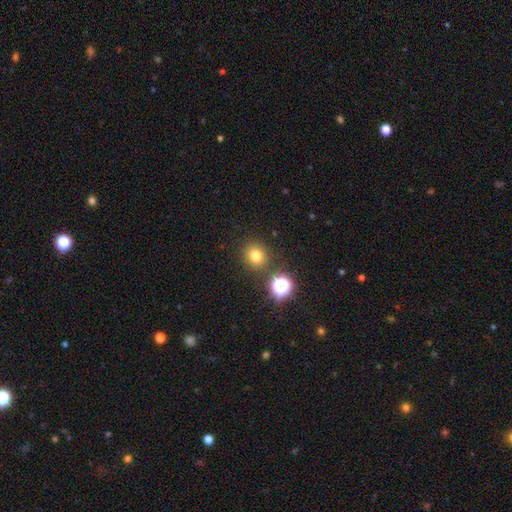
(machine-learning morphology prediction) A smooth galaxy with no disk features (74%) that is round (82%). Merging: none (83%).